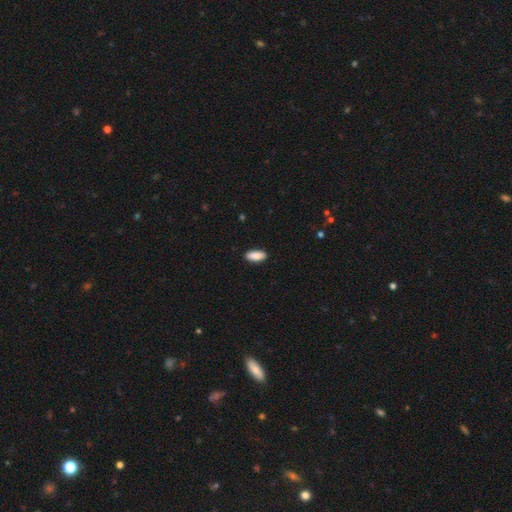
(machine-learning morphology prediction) type=smooth (90%); roundness=in between (85%); merging=none (90%).